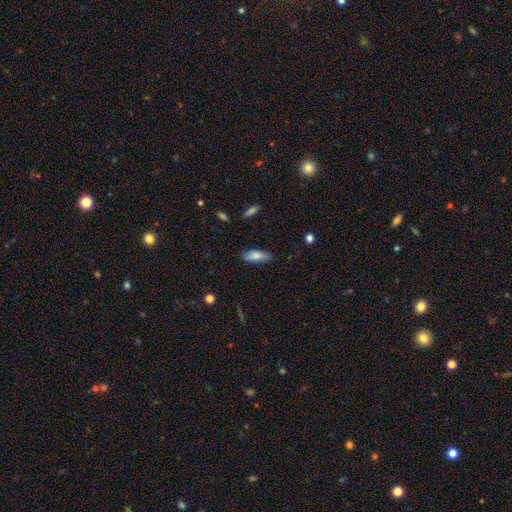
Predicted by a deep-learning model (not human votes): A smooth galaxy with no disk features (81%) that is in between round and cigar-shaped (72%).

Vote fractions:
- Smooth or featured? smooth: 81% / featured or disk: 12% / star or artifact: 7%
- How rounded? in between: 72% / cigar-shaped: 26% / round: 2%
- Merging? none: 83% / minor disturbance: 13% / major disturbance: 2% / merger: 1%